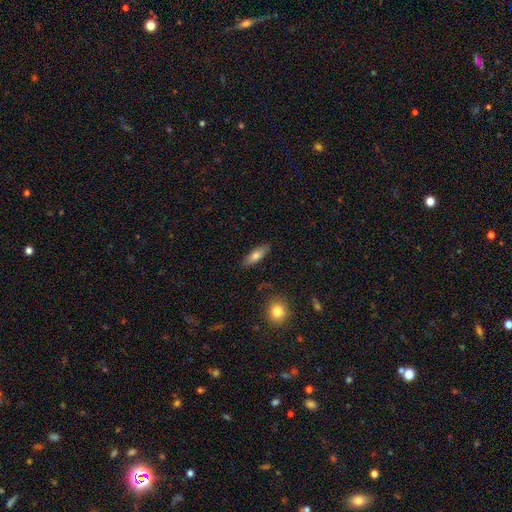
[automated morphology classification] A smooth galaxy with no disk features (72%) that is in between round and cigar-shaped (57%). Merging: none (84%).